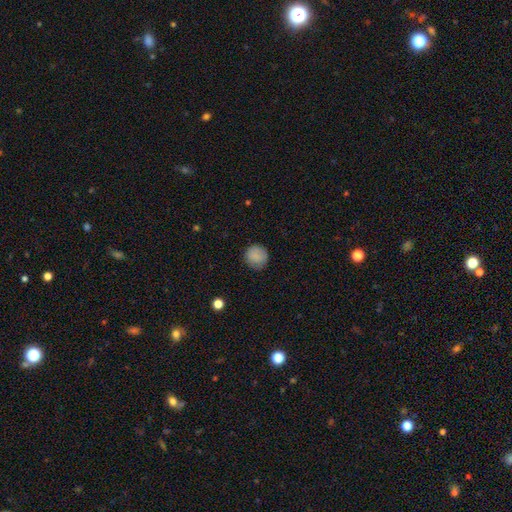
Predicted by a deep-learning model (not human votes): Overall: smooth (86%). How rounded: round (91%). Merging: none (84%).